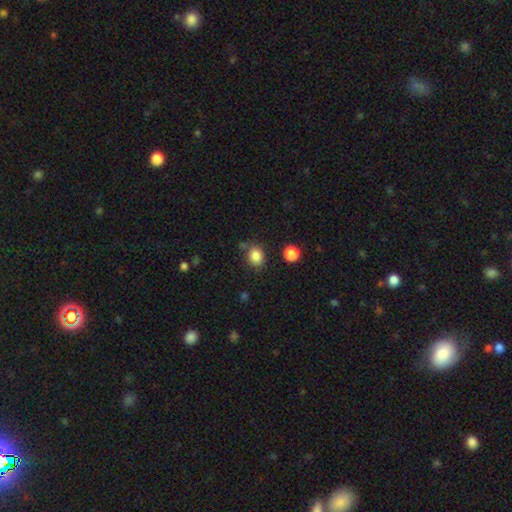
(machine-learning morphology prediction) smooth 85%, star or artifact 11%, featured or disk 5%. Down the decision tree: how rounded — round (61%); merging — none (76%).